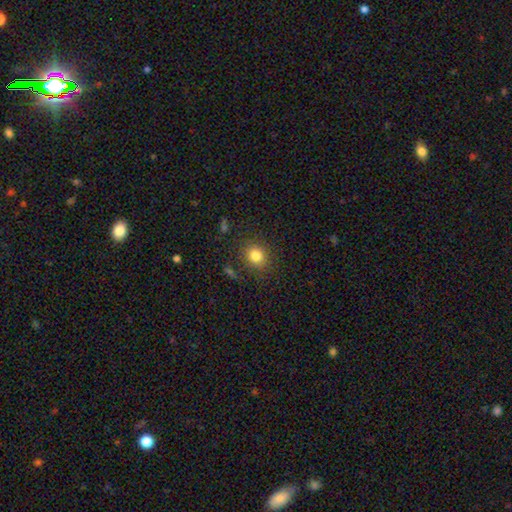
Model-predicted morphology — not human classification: Q: Smooth or featured?
A: smooth (81%); runner-up: star or artifact (12%)
Q: How rounded?
A: round (77%); runner-up: in between (22%)
Q: Merging?
A: none (84%); runner-up: minor disturbance (10%)